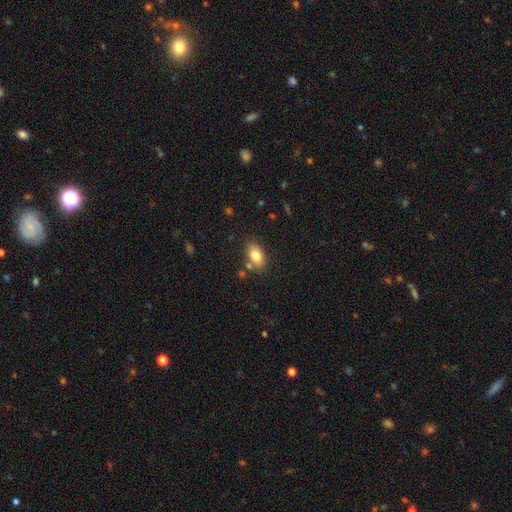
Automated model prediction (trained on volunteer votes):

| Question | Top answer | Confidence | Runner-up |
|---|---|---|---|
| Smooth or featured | smooth | 80% | featured or disk (11%) |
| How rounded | in between | 88% | round (9%) |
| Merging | none | 75% | minor disturbance (14%) |